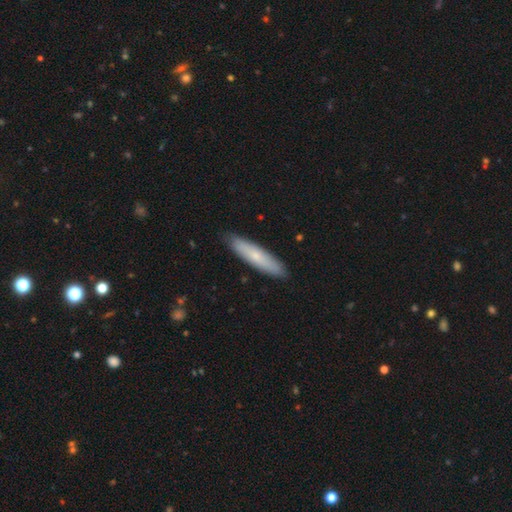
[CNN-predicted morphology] This is likely a smooth galaxy (66%). How rounded: clearly cigar-shaped (81%). Merging: clearly none (88%).